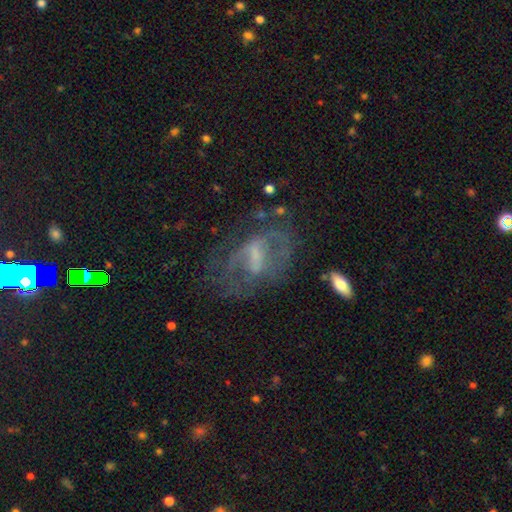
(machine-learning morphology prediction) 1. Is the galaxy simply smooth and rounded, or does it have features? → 70% featured or disk, 19% smooth, 11% star or artifact.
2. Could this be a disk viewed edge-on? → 94% no, 6% yes.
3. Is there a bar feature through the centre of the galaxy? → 45% weak, 29% no, 26% strong.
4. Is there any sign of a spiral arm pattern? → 56% yes, 44% no.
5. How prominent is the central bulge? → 41% small, 29% none, 24% moderate, 5% large, 1% dominant.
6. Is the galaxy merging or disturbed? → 47% none, 30% major disturbance, 19% minor disturbance, 4% merger.